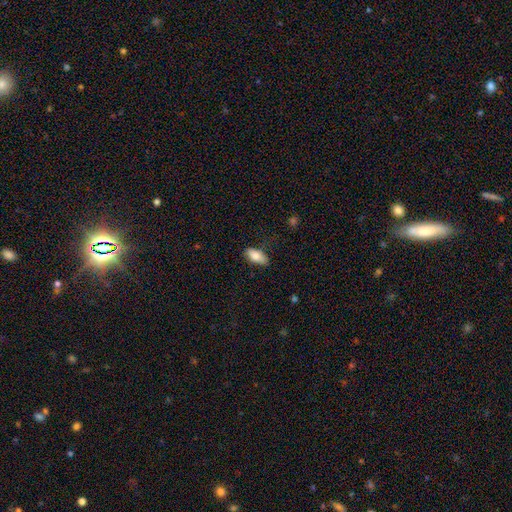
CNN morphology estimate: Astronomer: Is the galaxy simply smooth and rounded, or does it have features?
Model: smooth — 80%.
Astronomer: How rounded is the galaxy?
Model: in between — 87%.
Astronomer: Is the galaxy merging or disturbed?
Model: none — 79%.